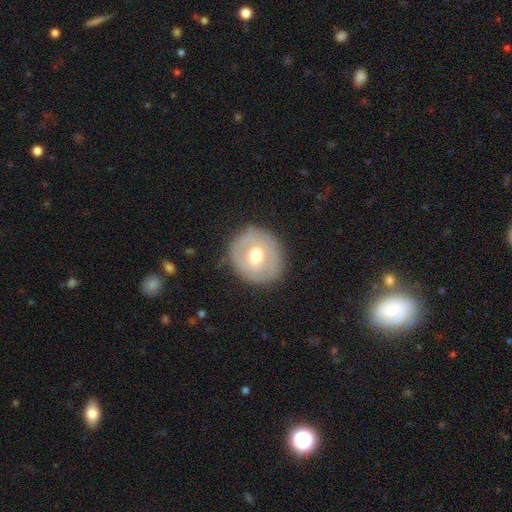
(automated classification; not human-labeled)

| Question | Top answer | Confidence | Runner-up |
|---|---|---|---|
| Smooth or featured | smooth | 49% | featured or disk (44%) |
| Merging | none | 84% | minor disturbance (11%) |